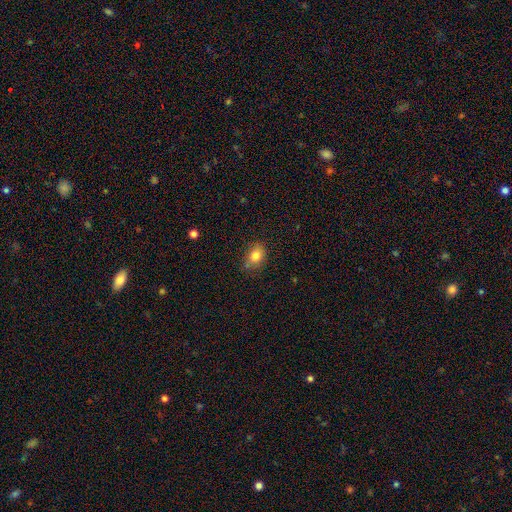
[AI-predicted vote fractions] Smooth or featured: smooth — 82% (star or artifact — 10%)
How rounded: in between — 60% (round — 39%)
Merging: none — 73% (minor disturbance — 20%)